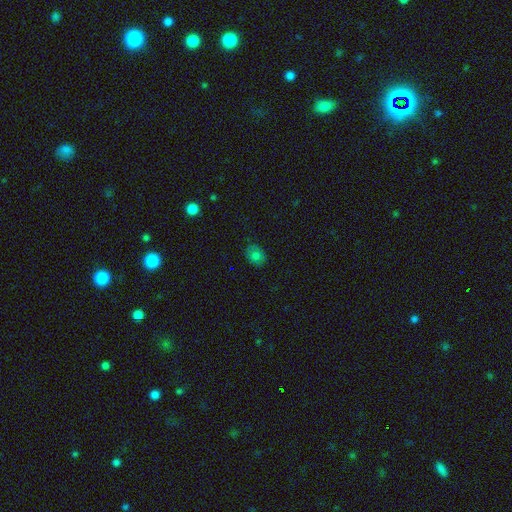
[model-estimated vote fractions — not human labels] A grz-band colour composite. It shows a smooth galaxy with no disk features (76%) that is round (57%). Merging: none (80%).